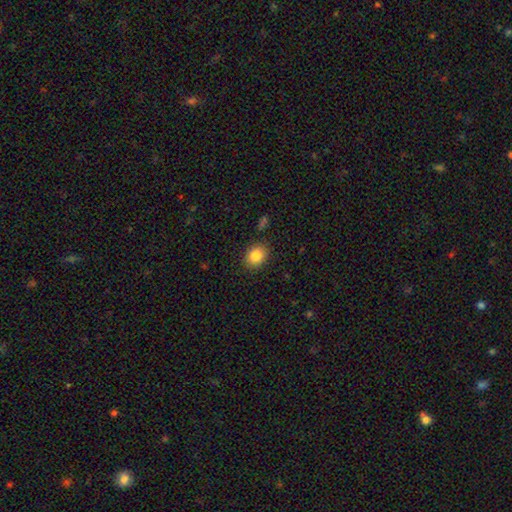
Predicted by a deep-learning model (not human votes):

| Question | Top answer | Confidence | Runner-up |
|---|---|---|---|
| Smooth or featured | smooth | 86% | star or artifact (9%) |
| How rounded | round | 51% | in between (48%) |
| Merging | none | 85% | minor disturbance (10%) |